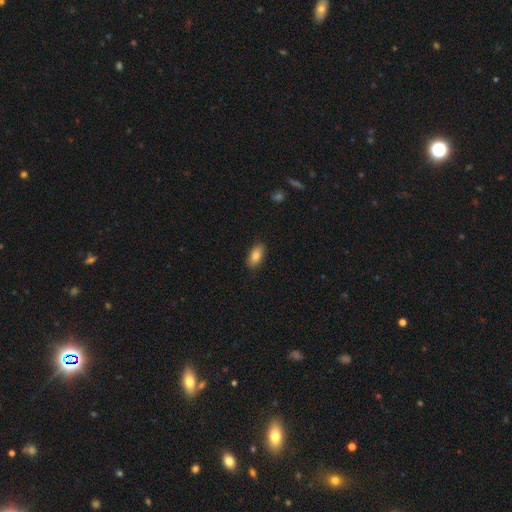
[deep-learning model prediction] Smooth or featured?
  - smooth: 83% *
  - featured or disk: 9%
  - star or artifact: 7%
How rounded?
  - in between: 92% *
  - cigar-shaped: 4%
  - round: 4%
Merging?
  - none: 86% *
  - minor disturbance: 11%
  - major disturbance: 2%
  - merger: 1%